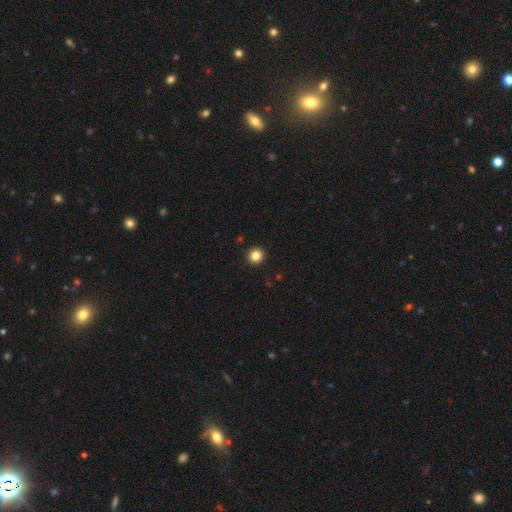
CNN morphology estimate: This is clearly a smooth galaxy (85%). How rounded: clearly round (91%). Merging: clearly none (93%).